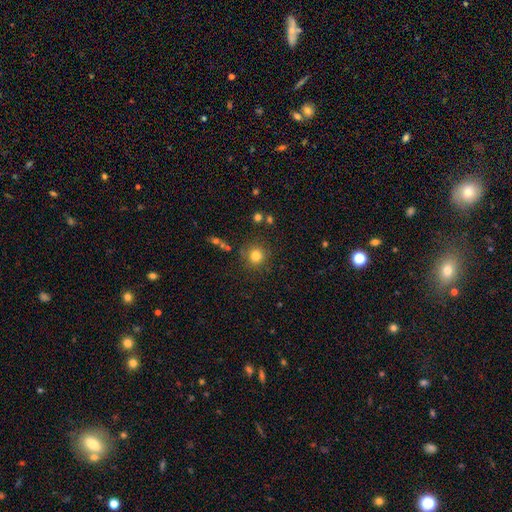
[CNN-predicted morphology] A smooth galaxy with no disk features (80%) that is round (92%).

Vote fractions:
- Smooth or featured? smooth: 80% / star or artifact: 13% / featured or disk: 7%
- How rounded? round: 92% / in between: 7% / cigar-shaped: 1%
- Merging? none: 84% / minor disturbance: 10% / major disturbance: 3% / merger: 3%